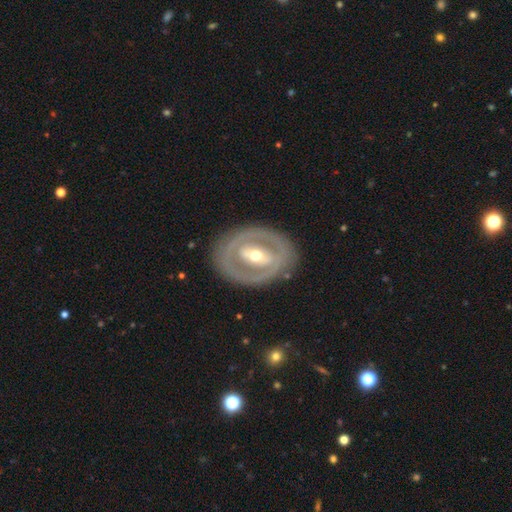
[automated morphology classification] This is likely a featured or disk galaxy (74%). It is clearly not viewed edge-on (93%). Bar: marginally strong (40%). Spiral arm pattern: likely no (67%). Central bulge: likely moderate (63%). Merging: clearly none (80%).